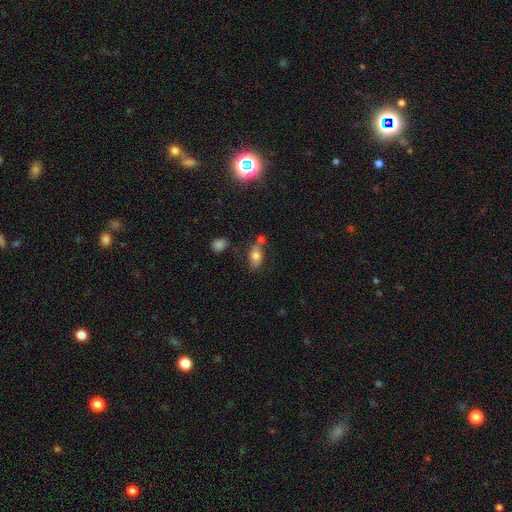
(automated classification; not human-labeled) Smooth or featured? smooth (73%)
How rounded? in between (85%)
Merging? none (55%)